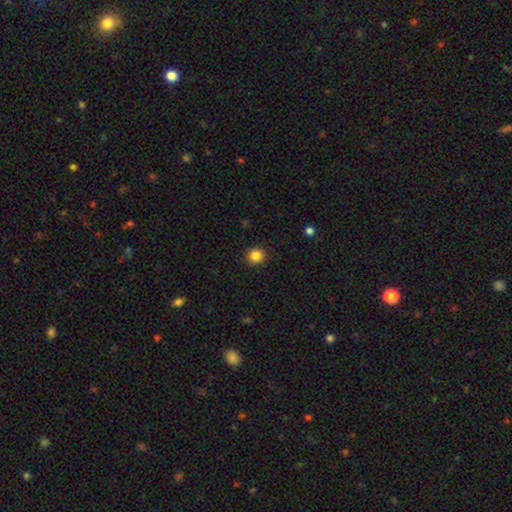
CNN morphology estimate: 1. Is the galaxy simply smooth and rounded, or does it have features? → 86% smooth, 11% star or artifact, 3% featured or disk.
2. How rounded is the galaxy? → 87% round, 12% in between, 1% cigar-shaped.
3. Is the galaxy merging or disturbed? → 91% none, 6% minor disturbance, 2% major disturbance, 1% merger.